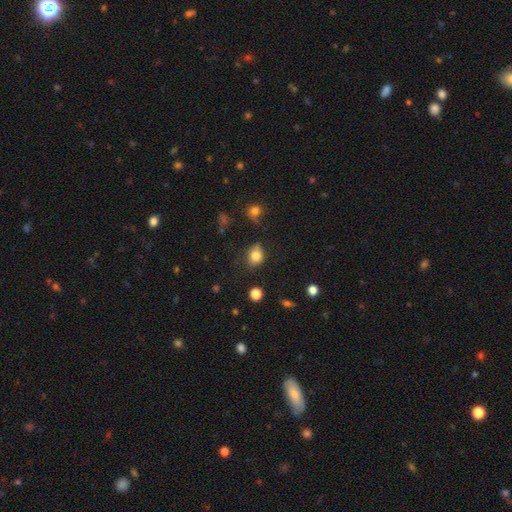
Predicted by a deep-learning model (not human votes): smooth 80%, star or artifact 12%, featured or disk 8%. Down the decision tree: how rounded — round (59%); merging — none (64%).